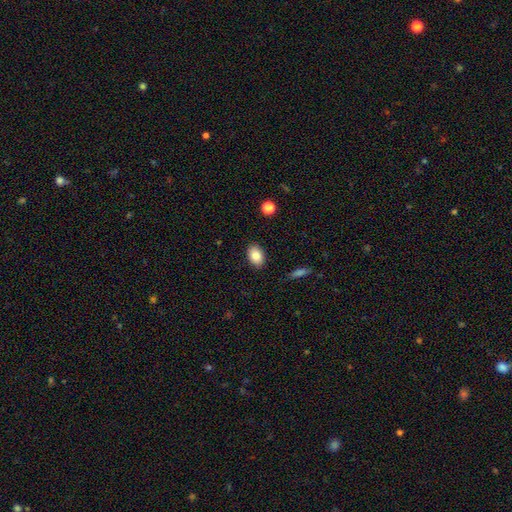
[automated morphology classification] Overall: smooth (84%). How rounded: in between (84%). Merging: none (88%).